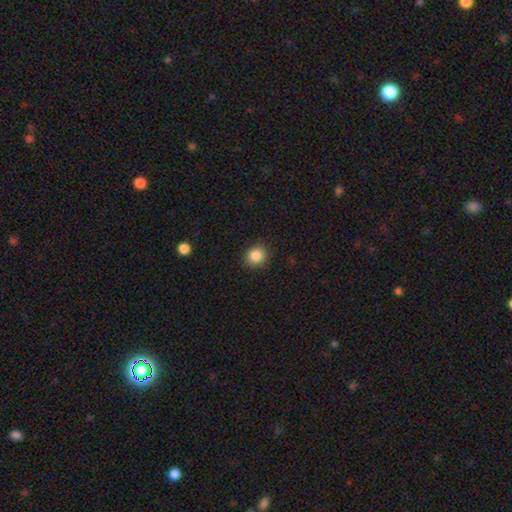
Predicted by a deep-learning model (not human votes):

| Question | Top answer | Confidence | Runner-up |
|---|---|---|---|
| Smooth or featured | smooth | 86% | star or artifact (10%) |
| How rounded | round | 80% | in between (19%) |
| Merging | none | 88% | minor disturbance (8%) |